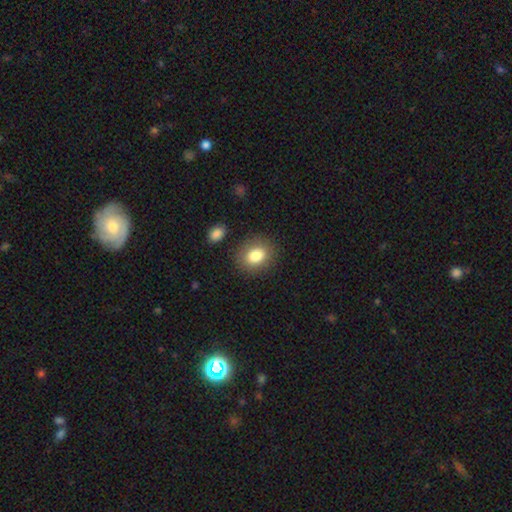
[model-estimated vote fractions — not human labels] Morphology: type=smooth (83%); roundness=in between (50%); merging=none (84%).